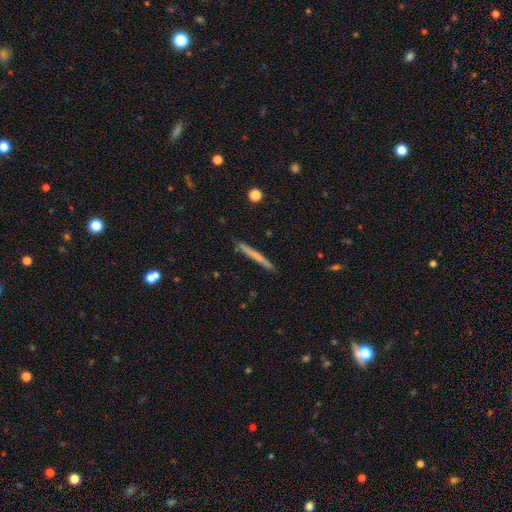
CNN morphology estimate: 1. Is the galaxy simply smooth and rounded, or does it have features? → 57% smooth, 37% featured or disk, 6% star or artifact.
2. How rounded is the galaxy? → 97% cigar-shaped, 2% in between, 1% round.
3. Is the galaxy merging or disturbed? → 90% none, 7% minor disturbance, 1% major disturbance, 1% merger.